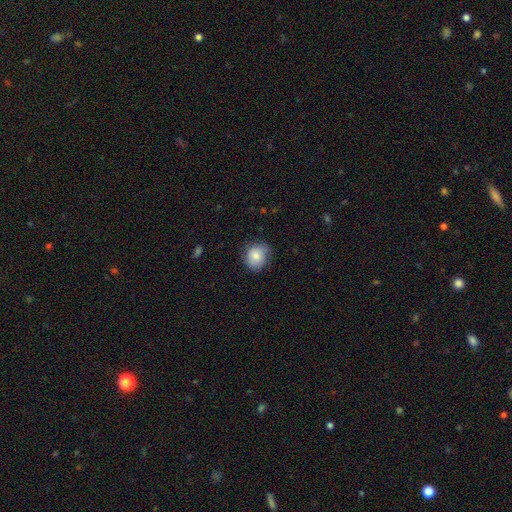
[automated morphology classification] type=smooth (79%); roundness=round (75%); merging=none (68%).